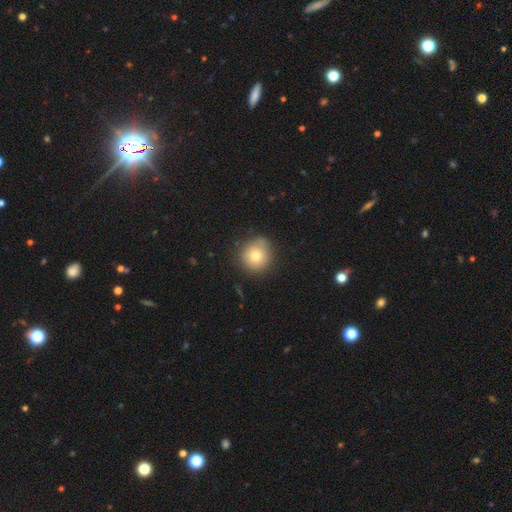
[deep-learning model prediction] smooth_or_featured: smooth (p=0.76) [alt: featured or disk p=0.13]
how_rounded: round (p=0.92) [alt: in between p=0.07]
merging: none (p=0.80) [alt: minor disturbance p=0.14]